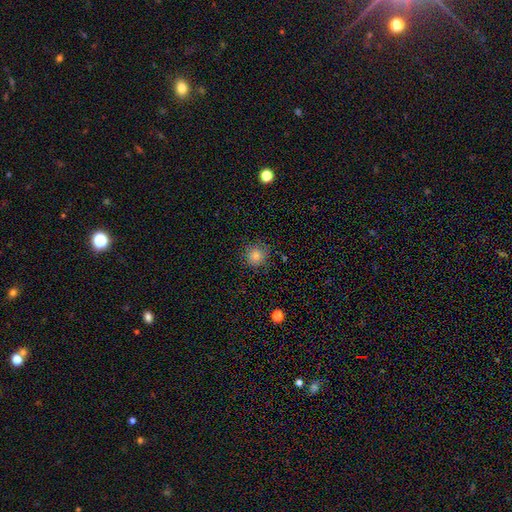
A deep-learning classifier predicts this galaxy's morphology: smooth-or-featured: smooth: 74% | star or artifact: 14% | featured or disk: 12%
  how-rounded: round: 92% | in between: 7% | cigar-shaped: 1%
  merging: none: 81% | minor disturbance: 14% | major disturbance: 4% | merger: 1%